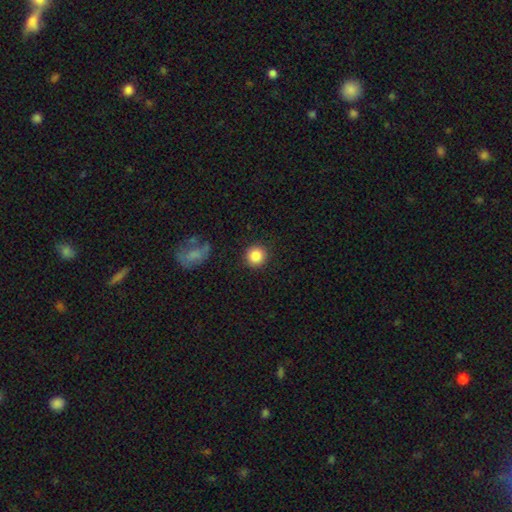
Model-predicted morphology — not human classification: This appears to be a smooth galaxy with no disk features (86%) that is round (93%). Merging: none (89%).